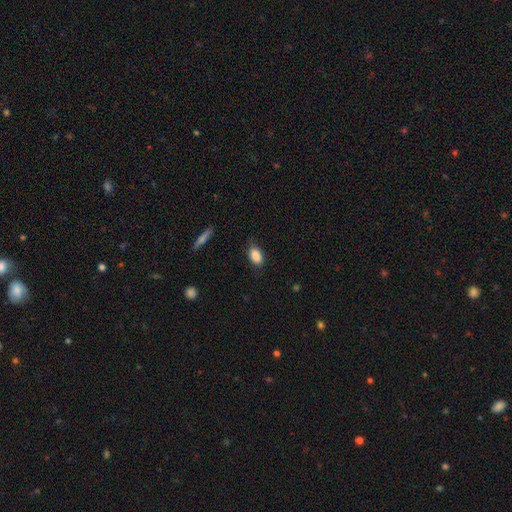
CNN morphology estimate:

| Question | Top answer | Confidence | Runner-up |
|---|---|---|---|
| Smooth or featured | smooth | 88% | star or artifact (7%) |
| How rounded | in between | 89% | round (8%) |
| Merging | none | 77% | minor disturbance (18%) |